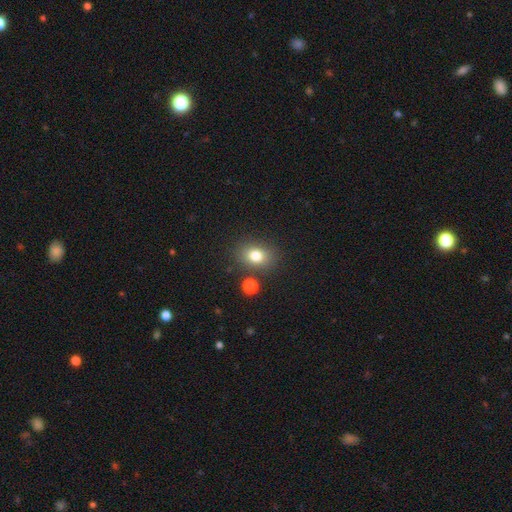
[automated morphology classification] smooth-or-featured: smooth: 79% | star or artifact: 12% | featured or disk: 9%
  how-rounded: in between: 57% | round: 42% | cigar-shaped: 1%
  merging: none: 80% | minor disturbance: 11% | merger: 6% | major disturbance: 4%